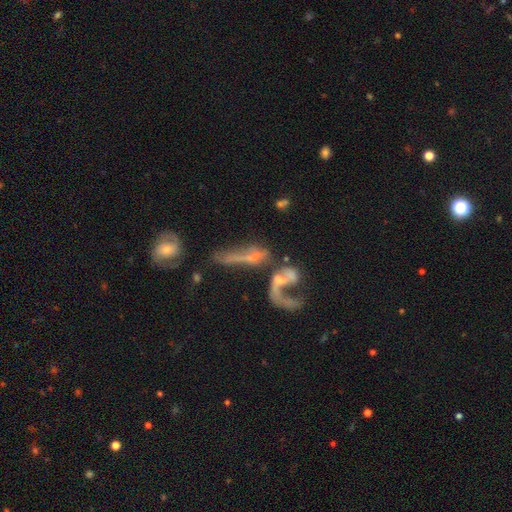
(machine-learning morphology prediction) This is likely a featured or disk galaxy (60%). It is clearly not viewed edge-on (85%). Bar: likely no (72%). Spiral arm pattern: possibly no (58%). Central bulge: marginally none (40%). Merging: possibly merger (49%).